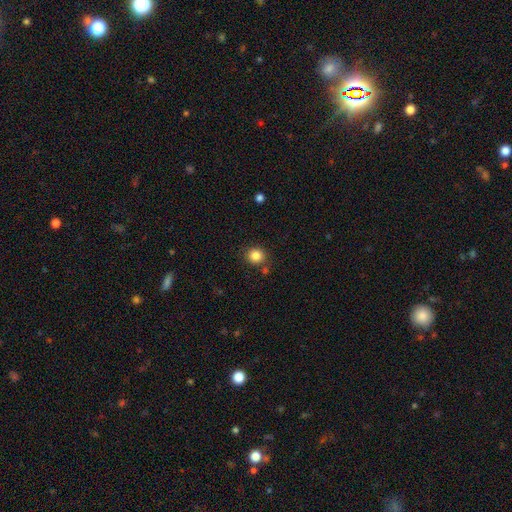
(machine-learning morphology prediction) smooth-or-featured: smooth: 84% | star or artifact: 11% | featured or disk: 5%
  how-rounded: round: 87% | in between: 12% | cigar-shaped: 1%
  merging: none: 82% | minor disturbance: 10% | merger: 5% | major disturbance: 3%